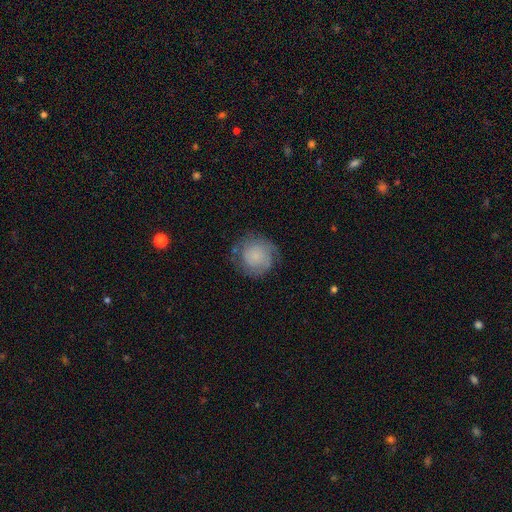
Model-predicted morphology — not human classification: Smooth or featured? smooth (50%)
Merging? none (69%)